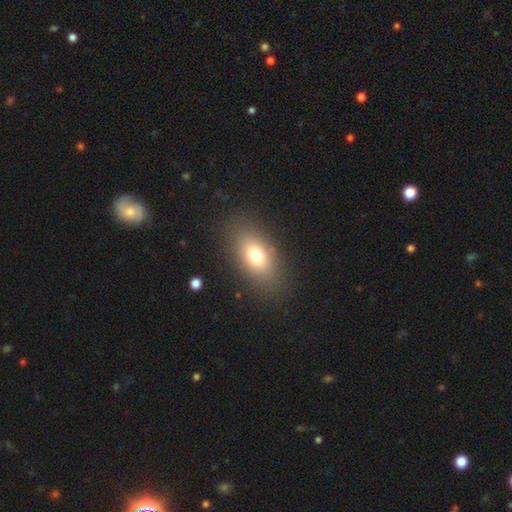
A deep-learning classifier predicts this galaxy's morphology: Smooth or featured?
  - smooth: 73% *
  - featured or disk: 15%
  - star or artifact: 12%
How rounded?
  - in between: 84% *
  - round: 12%
  - cigar-shaped: 4%
Merging?
  - none: 84% *
  - minor disturbance: 10%
  - major disturbance: 5%
  - merger: 1%